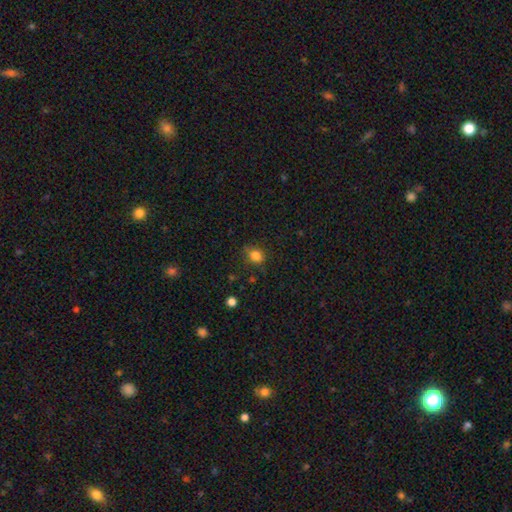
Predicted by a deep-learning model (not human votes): smooth-or-featured: smooth: 82% | star or artifact: 12% | featured or disk: 6%
  how-rounded: round: 56% | in between: 43% | cigar-shaped: 1%
  merging: none: 72% | minor disturbance: 20% | major disturbance: 5% | merger: 2%